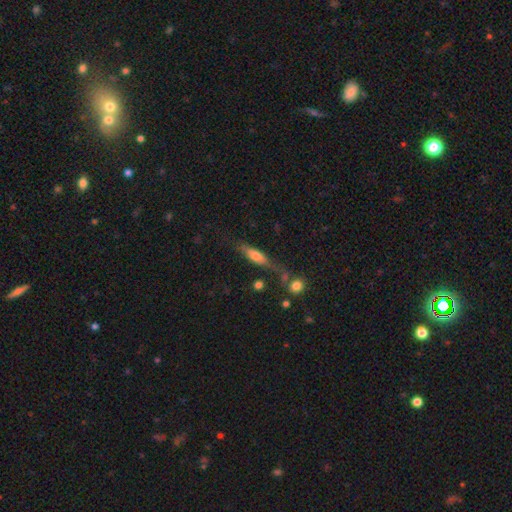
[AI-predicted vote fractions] Smooth or featured? smooth (52%)
How rounded? cigar-shaped (64%)
Merging? none (60%)